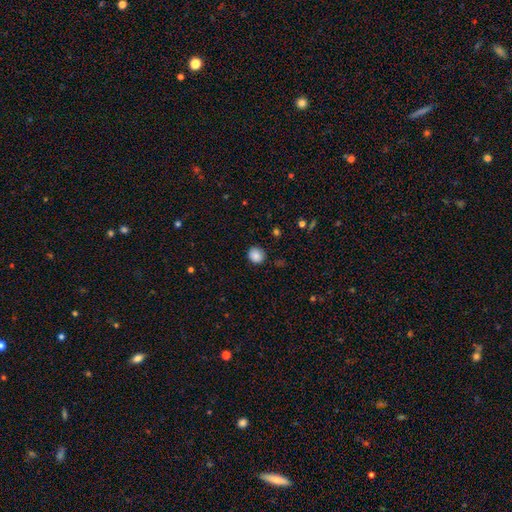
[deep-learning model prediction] A smooth galaxy with no disk features (86%) that is round (80%). Merging: none (86%).